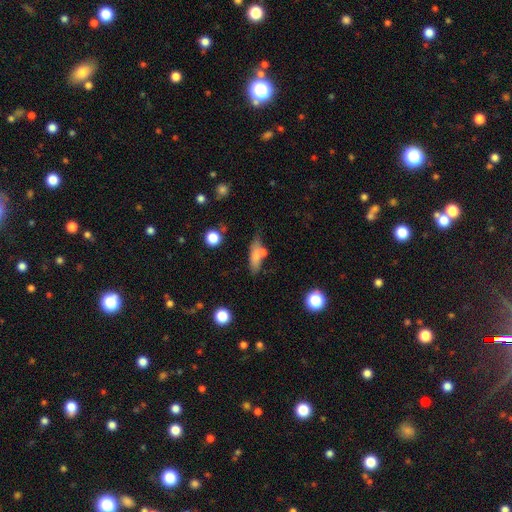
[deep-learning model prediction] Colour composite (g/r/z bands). It shows a smooth galaxy with no disk features (70%) that is in between round and cigar-shaped (48%). Merging: none (53%).